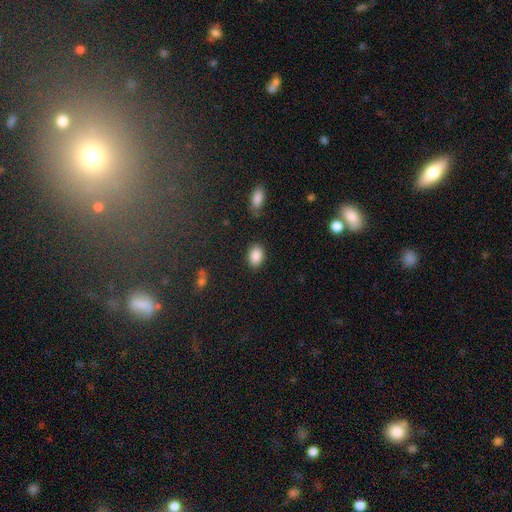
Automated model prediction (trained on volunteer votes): Smooth or featured? Predicted: smooth (p=0.88). How rounded? Predicted: in between (p=0.86). Merging? Predicted: none (p=0.86).